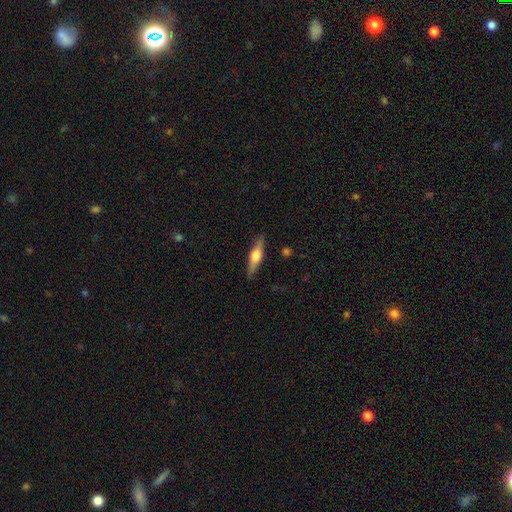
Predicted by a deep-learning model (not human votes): Overall: featured or disk (54%; smooth 40%). Edge-on disk: yes (95%). Edge-on bulge: rounded (91%). Merging: none (87%).